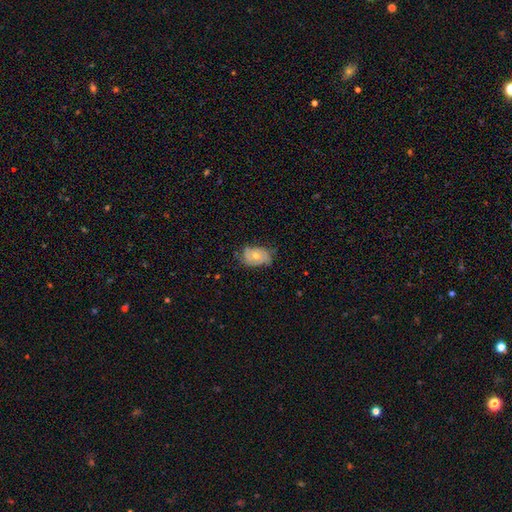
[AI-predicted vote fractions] This appears to be a featured or disk galaxy (50%). Merging: none (57%).